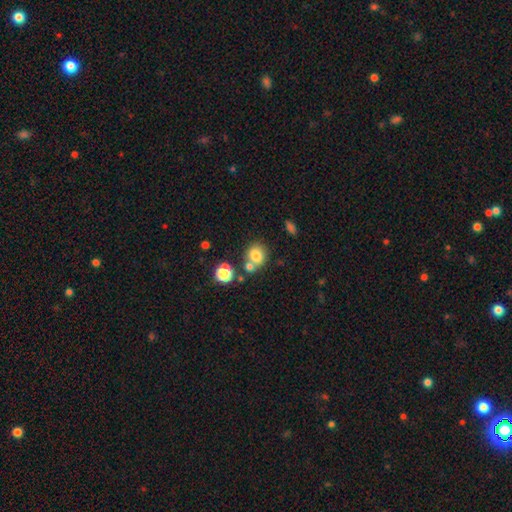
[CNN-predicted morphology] Smooth or featured?
  - smooth: 77% *
  - star or artifact: 13%
  - featured or disk: 10%
How rounded?
  - round: 72% *
  - in between: 27%
  - cigar-shaped: 1%
Merging?
  - none: 56% *
  - merger: 29%
  - minor disturbance: 11%
  - major disturbance: 4%